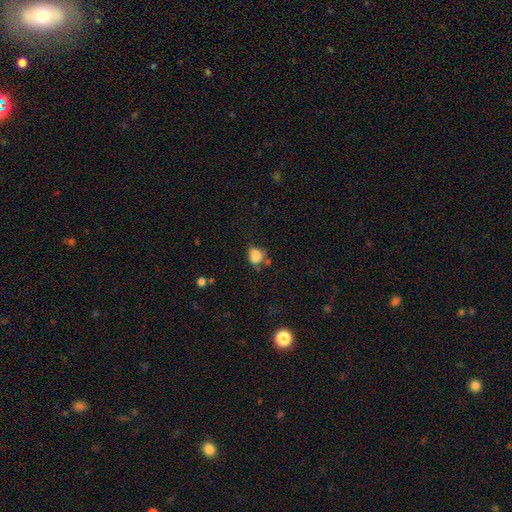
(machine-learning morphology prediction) smooth-or-featured: smooth: 82% | star or artifact: 11% | featured or disk: 7%
  how-rounded: round: 53% | in between: 45% | cigar-shaped: 1%
  merging: none: 52% | minor disturbance: 28% | merger: 11% | major disturbance: 10%